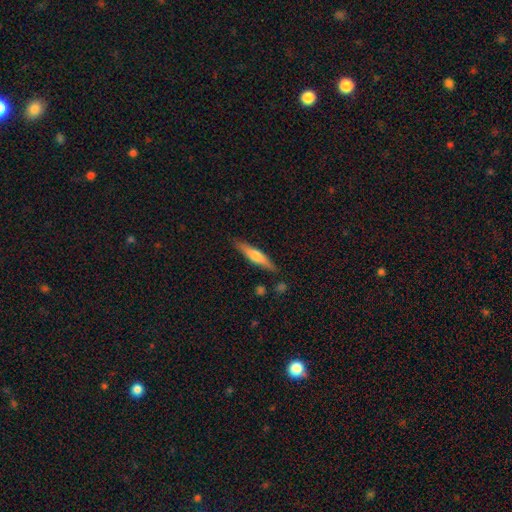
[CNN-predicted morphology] Smooth or featured?
  - smooth: 49% *
  - featured or disk: 45%
  - star or artifact: 6%
Merging?
  - none: 86% *
  - minor disturbance: 10%
  - merger: 2%
  - major disturbance: 2%